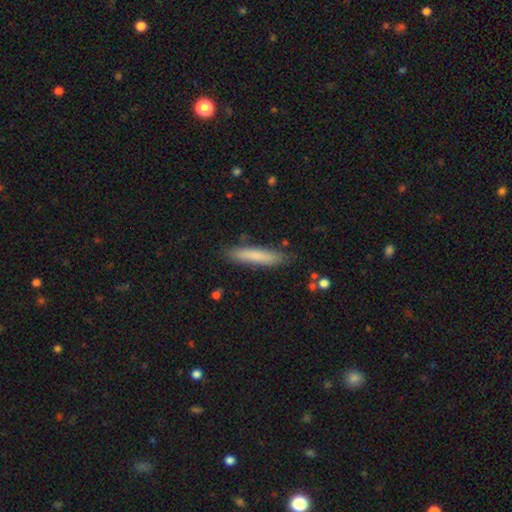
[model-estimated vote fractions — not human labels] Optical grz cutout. It shows a smooth galaxy with no disk features (79%) that is cigar-shaped (89%). Merging: none (85%).